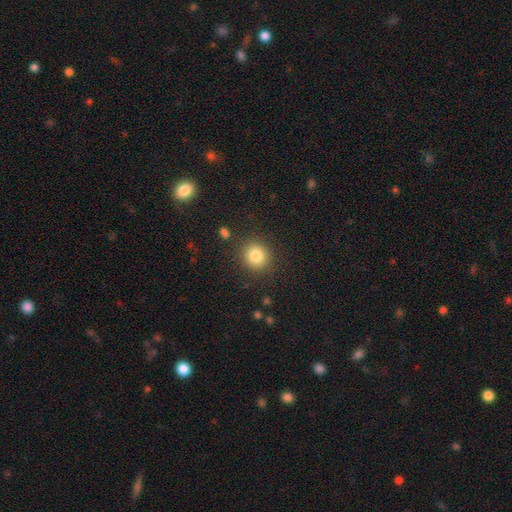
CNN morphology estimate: Q: Smooth or featured?
A: smooth (83%); runner-up: star or artifact (11%)
Q: How rounded?
A: round (84%); runner-up: in between (15%)
Q: Merging?
A: none (88%); runner-up: minor disturbance (8%)